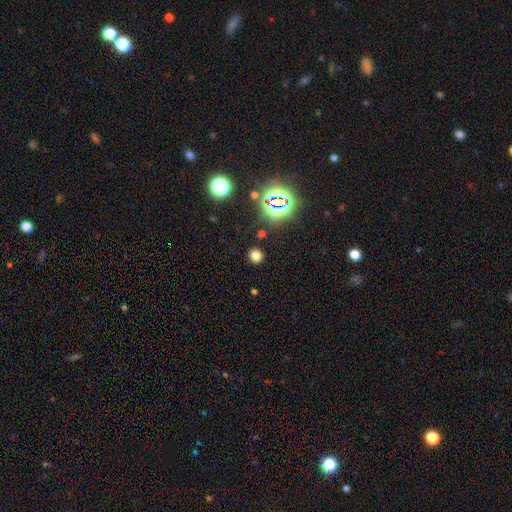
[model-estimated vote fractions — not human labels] Morphology: type=smooth (69%); roundness=round (85%); merging=none (87%).